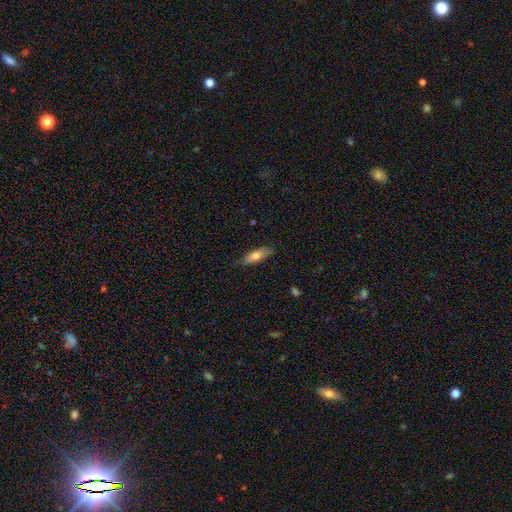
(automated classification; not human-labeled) A smooth galaxy with no disk features (72%) that is in between round and cigar-shaped (56%).

Vote fractions:
- Smooth or featured? smooth: 72% / featured or disk: 22% / star or artifact: 6%
- How rounded? in between: 56% / cigar-shaped: 42% / round: 2%
- Merging? none: 81% / minor disturbance: 15% / major disturbance: 3% / merger: 1%